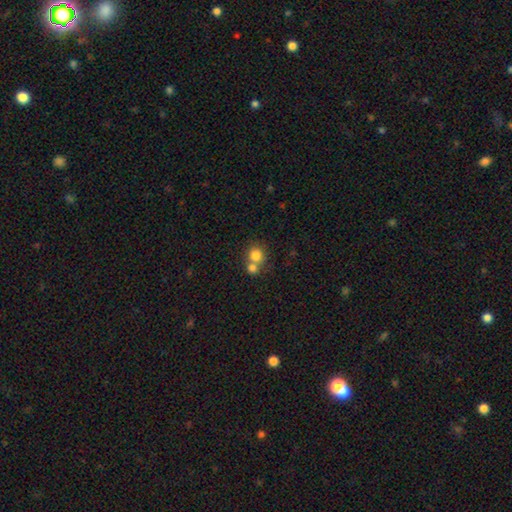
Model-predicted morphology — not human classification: Smooth or featured?
  - smooth: 80% *
  - star or artifact: 11%
  - featured or disk: 10%
How rounded?
  - round: 86% *
  - in between: 13%
  - cigar-shaped: 1%
Merging?
  - merger: 48% *
  - none: 44%
  - minor disturbance: 6%
  - major disturbance: 3%